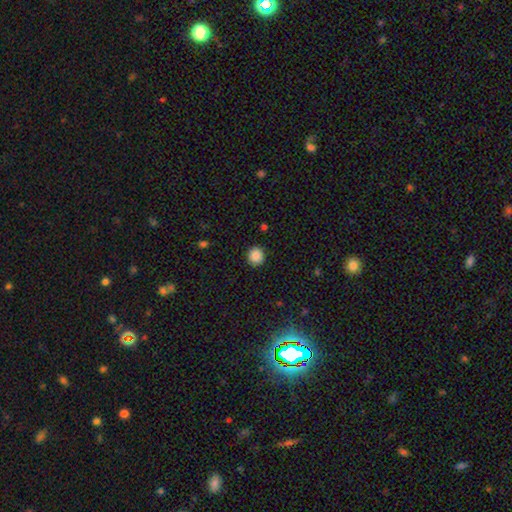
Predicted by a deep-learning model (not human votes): This appears to be a smooth galaxy with no disk features (87%) that is round (91%). Merging: none (91%).